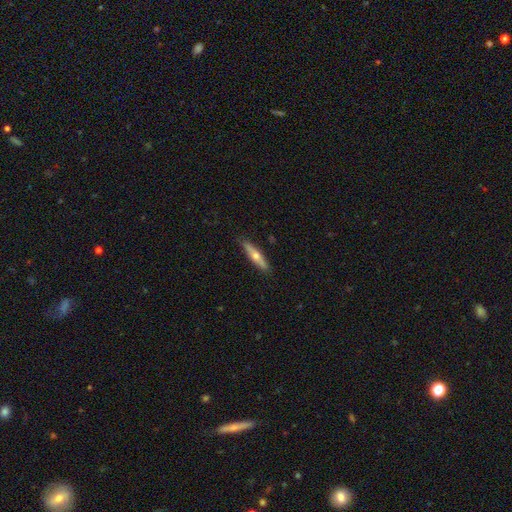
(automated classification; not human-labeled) smooth 49%, featured or disk 46%, star or artifact 6%. Down the decision tree: merging — none (88%).